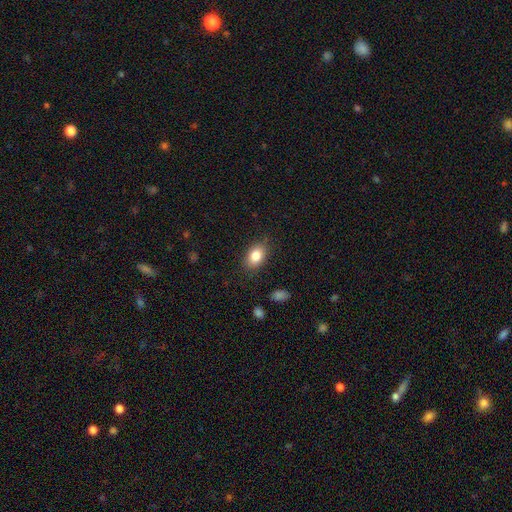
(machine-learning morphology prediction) A smooth galaxy with no disk features (83%) that is in between round and cigar-shaped (83%).

Vote fractions:
- Smooth or featured? smooth: 83% / featured or disk: 9% / star or artifact: 8%
- How rounded? in between: 83% / round: 15% / cigar-shaped: 2%
- Merging? none: 84% / minor disturbance: 11% / major disturbance: 3% / merger: 1%